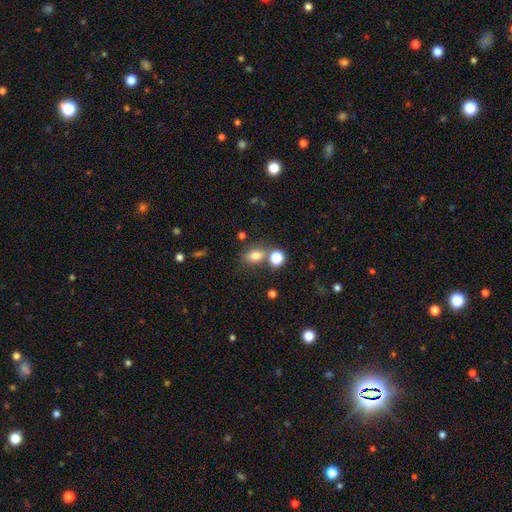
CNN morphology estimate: Q: Smooth or featured?
A: smooth (78%); runner-up: star or artifact (13%)
Q: How rounded?
A: in between (72%); runner-up: round (26%)
Q: Merging?
A: none (62%); runner-up: merger (21%)